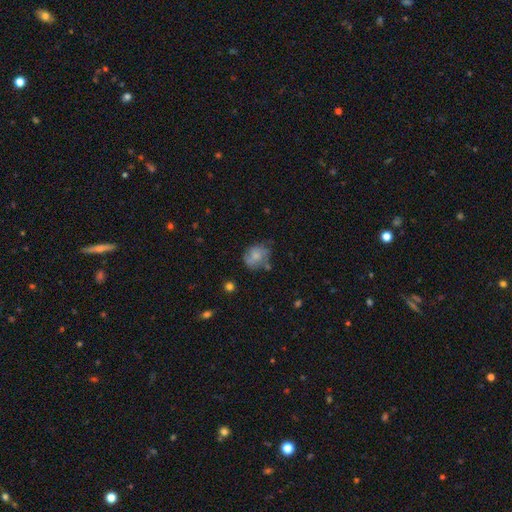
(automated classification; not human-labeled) The model was most divided on "how rounded": round: 62%, in between: 37%, cigar-shaped: 1%. More confident: smooth or featured — smooth (60%); merging — none (57%).